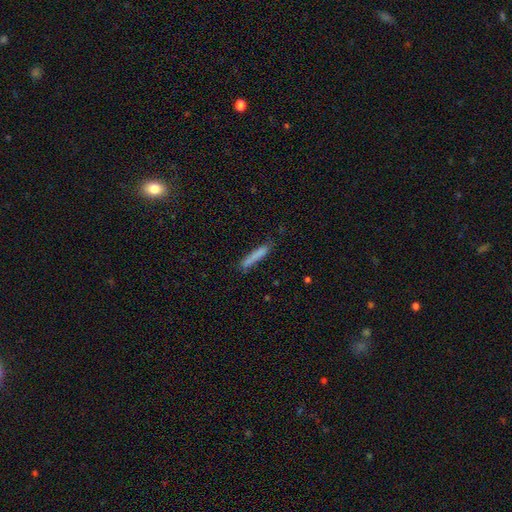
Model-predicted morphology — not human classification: smooth 79%, featured or disk 14%, star or artifact 7%. Down the decision tree: how rounded — cigar-shaped (93%); merging — none (78%).